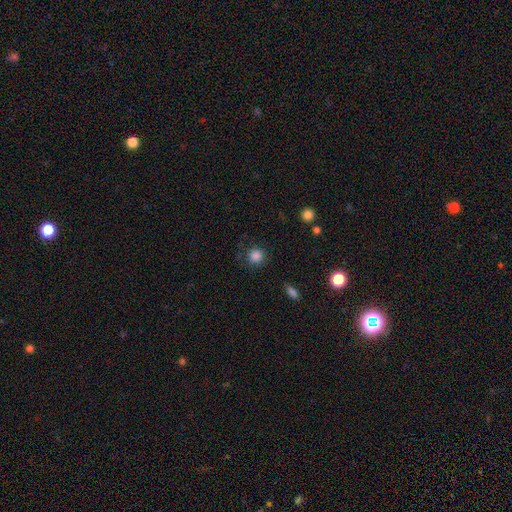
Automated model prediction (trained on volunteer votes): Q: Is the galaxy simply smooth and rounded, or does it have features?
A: smooth — 85%.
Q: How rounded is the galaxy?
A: round — 92%.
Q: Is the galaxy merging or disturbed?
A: none — 83%.